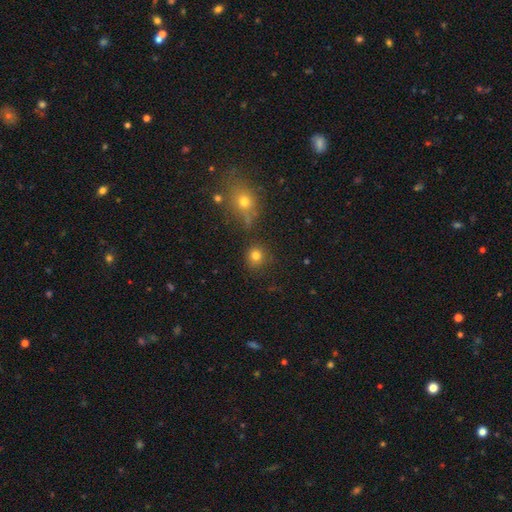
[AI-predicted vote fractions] smooth-or-featured: smooth: 78% | star or artifact: 16% | featured or disk: 7%
  how-rounded: round: 88% | in between: 11% | cigar-shaped: 1%
  merging: none: 81% | minor disturbance: 9% | merger: 6% | major disturbance: 3%